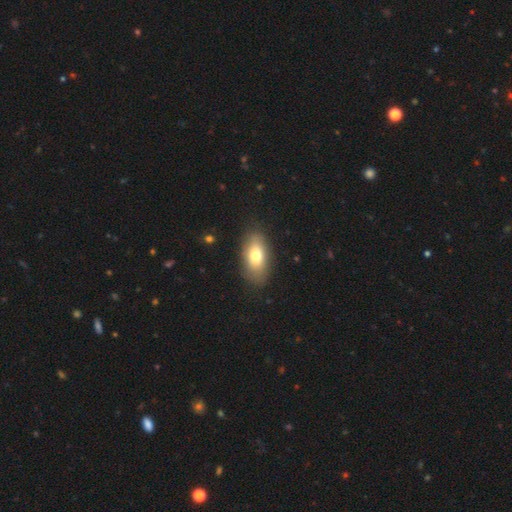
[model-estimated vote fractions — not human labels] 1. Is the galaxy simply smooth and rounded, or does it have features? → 75% smooth, 17% featured or disk, 7% star or artifact.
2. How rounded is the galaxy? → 89% in between, 6% cigar-shaped, 5% round.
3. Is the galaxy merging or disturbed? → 83% none, 12% minor disturbance, 3% major disturbance, 1% merger.